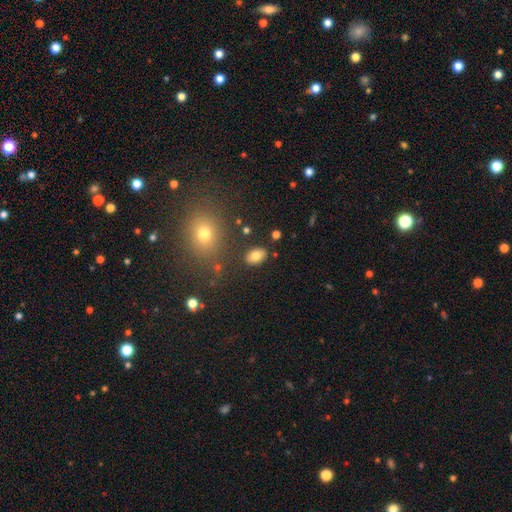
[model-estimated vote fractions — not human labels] A smooth galaxy with no disk features (79%) that is in between round and cigar-shaped (85%). Merging: none (84%).